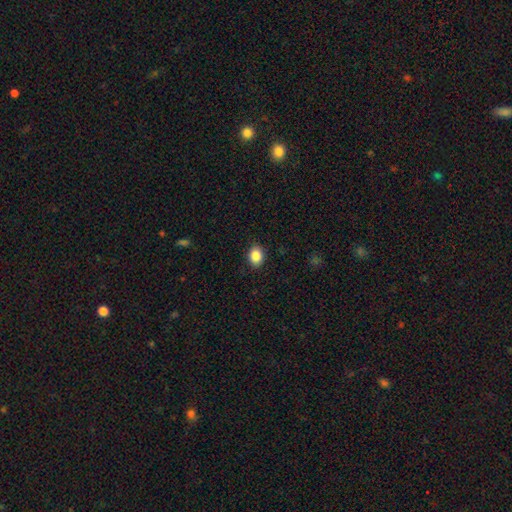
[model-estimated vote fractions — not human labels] A smooth galaxy with no disk features (87%) that is in between round and cigar-shaped (55%). Merging: none (89%).